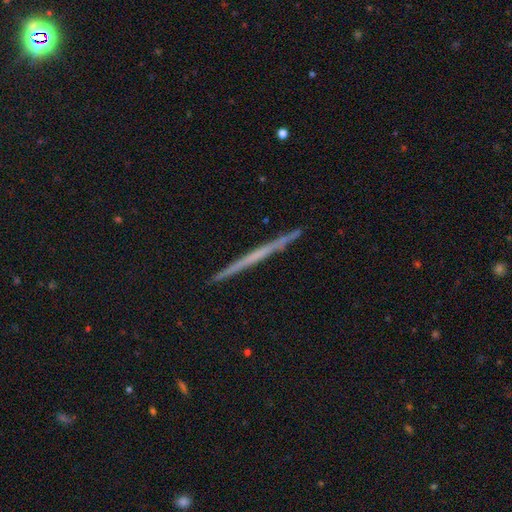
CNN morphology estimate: type=featured or disk (61%); edge-on=yes (98%); edge-on bulge=none (90%); merging=none (92%).